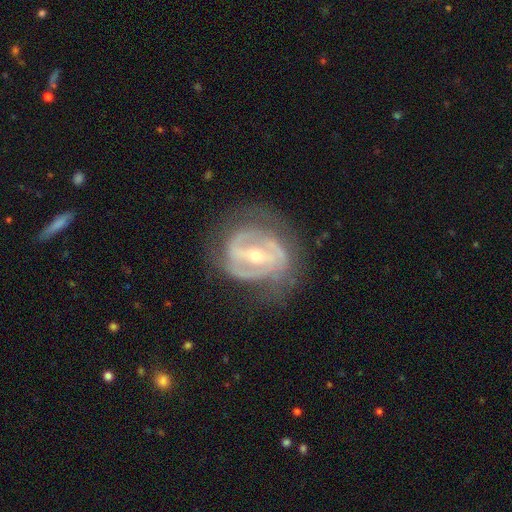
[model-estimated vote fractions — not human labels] Morphology: type=featured or disk (87%); edge-on=no (96%); bar=strong (57%); spiral arms=yes (86%); winding=tight (47%); arm count=2 (52%); bulge=small (56%); merging=none (62%).